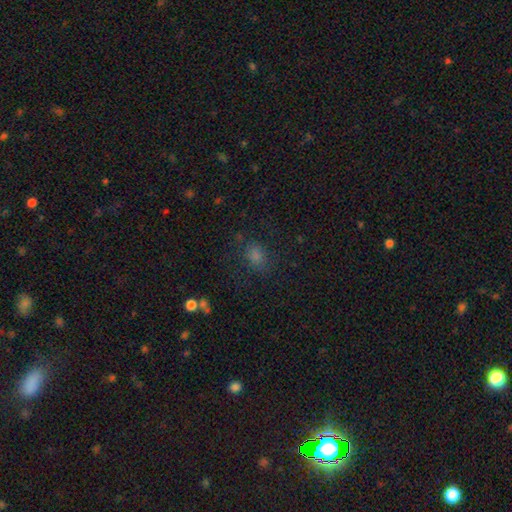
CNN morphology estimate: smooth_or_featured: smooth (p=0.67) [alt: star or artifact p=0.24]
how_rounded: in between (p=0.53) [alt: round p=0.45]
merging: none (p=0.76) [alt: minor disturbance p=0.14]